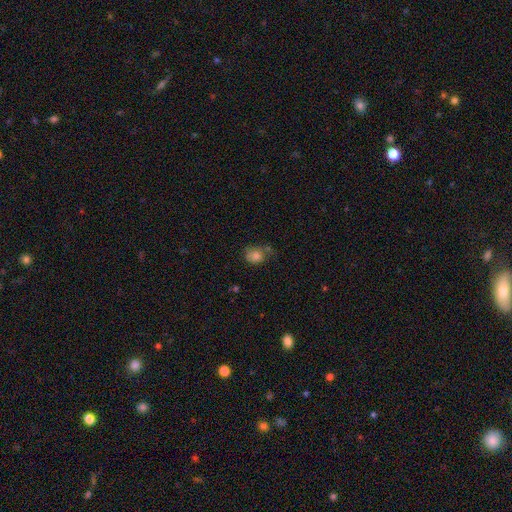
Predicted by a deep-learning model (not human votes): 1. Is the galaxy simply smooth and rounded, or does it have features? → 75% smooth, 14% featured or disk, 11% star or artifact.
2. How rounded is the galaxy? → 55% round, 44% in between, 1% cigar-shaped.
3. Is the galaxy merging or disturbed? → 45% none, 30% minor disturbance, 15% major disturbance, 10% merger.